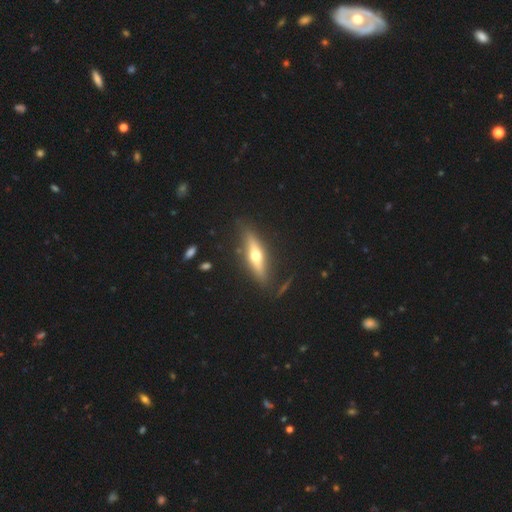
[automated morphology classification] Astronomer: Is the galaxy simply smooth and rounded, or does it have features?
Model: featured or disk — 57% (runner-up: smooth, 37%).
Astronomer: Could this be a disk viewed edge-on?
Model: yes — 88%.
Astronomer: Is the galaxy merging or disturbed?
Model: none — 82%.